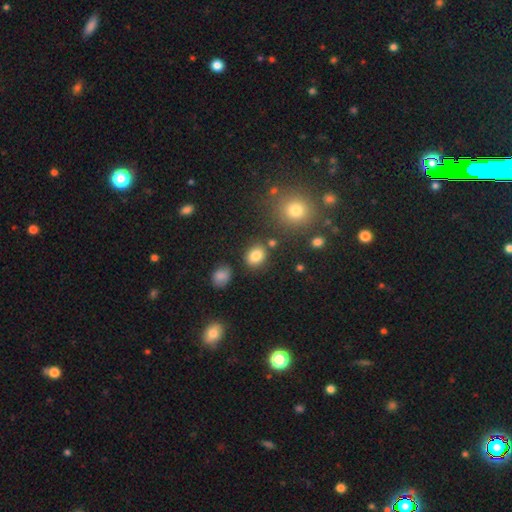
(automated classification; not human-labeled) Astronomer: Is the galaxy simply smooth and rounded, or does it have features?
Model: smooth — 82%.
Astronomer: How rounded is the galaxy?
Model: round — 55% (runner-up: in between, 44%).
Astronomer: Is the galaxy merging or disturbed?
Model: none — 81%.